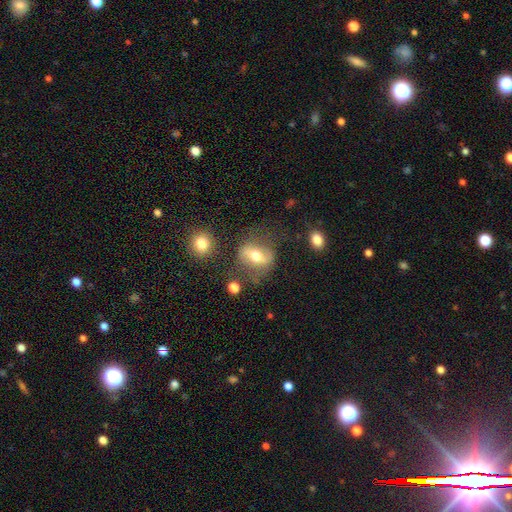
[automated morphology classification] The model was most divided on "smooth or featured": featured or disk: 51%, smooth: 40%, star or artifact: 9%. More confident: edge-on disk — no (83%); merging — none (64%).